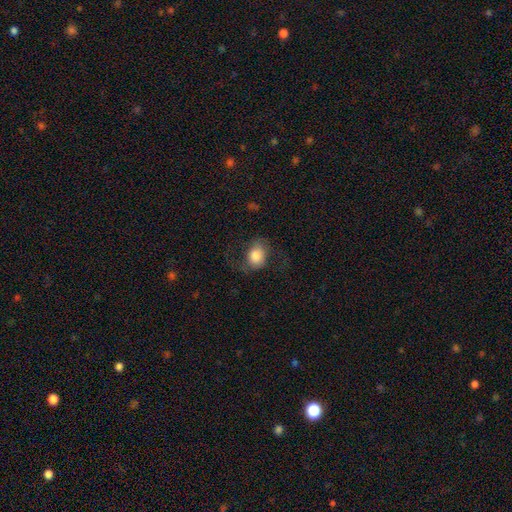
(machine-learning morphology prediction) smooth_or_featured: smooth (p=0.70) [alt: featured or disk p=0.22]
how_rounded: in between (p=0.61) [alt: round p=0.37]
merging: none (p=0.57) [alt: major disturbance p=0.22]